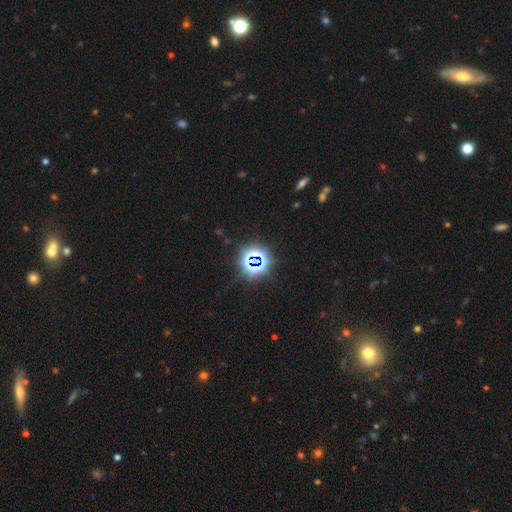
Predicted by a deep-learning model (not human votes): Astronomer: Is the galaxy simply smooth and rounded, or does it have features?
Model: star or artifact — 77%.